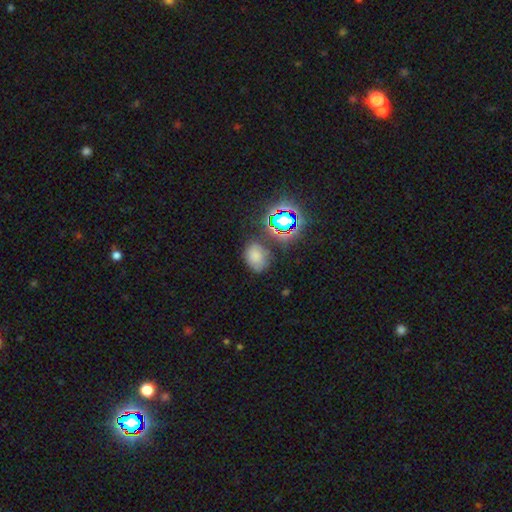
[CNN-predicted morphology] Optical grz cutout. It shows a smooth galaxy with no disk features (65%) that is in between round and cigar-shaped (65%). Merging: none (67%).